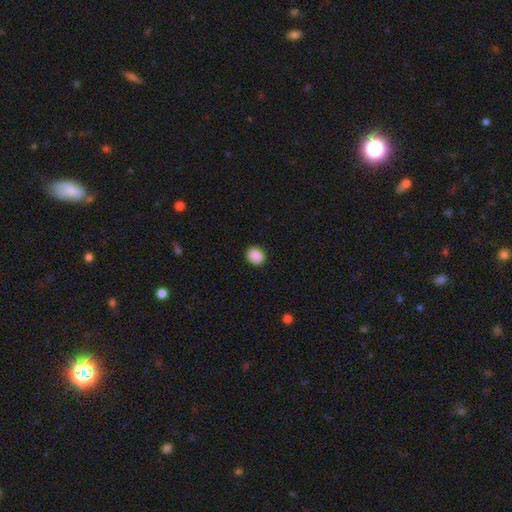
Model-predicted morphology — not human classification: type=smooth (90%); roundness=round (58%); merging=none (90%).